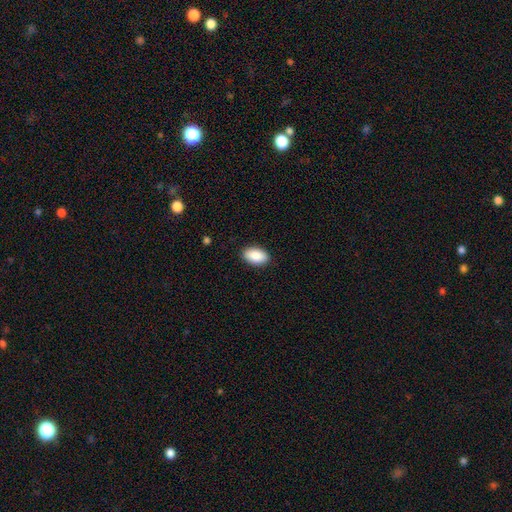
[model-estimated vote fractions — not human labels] The model was most divided on "merging": none: 89%, minor disturbance: 8%, major disturbance: 2%, merger: 1%. More confident: how rounded — in between (94%); smooth or featured — smooth (90%).